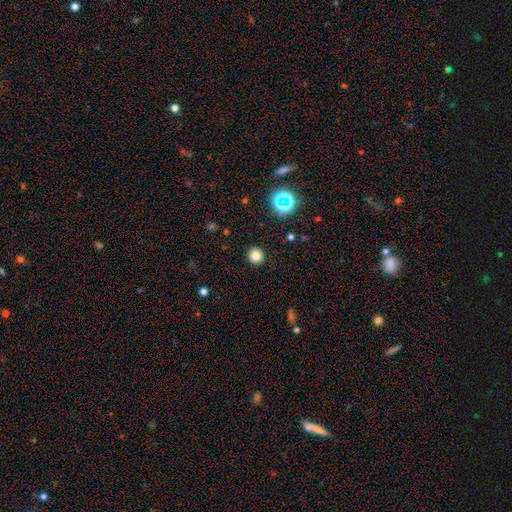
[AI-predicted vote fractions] Q: Smooth or featured?
A: smooth (79%); runner-up: star or artifact (15%)
Q: How rounded?
A: round (94%); runner-up: in between (5%)
Q: Merging?
A: none (92%); runner-up: minor disturbance (5%)